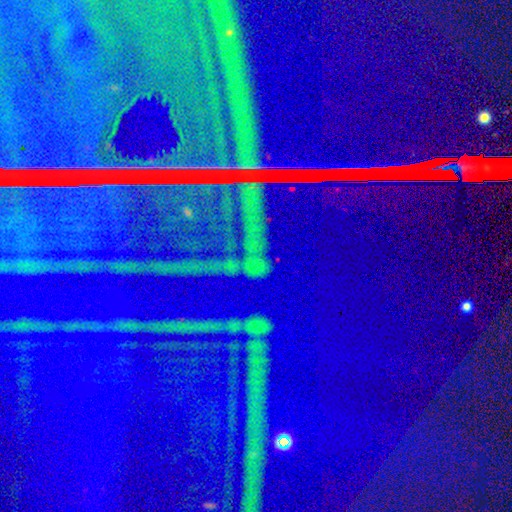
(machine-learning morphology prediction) Smooth or featured? Predicted: star or artifact (p=0.87).